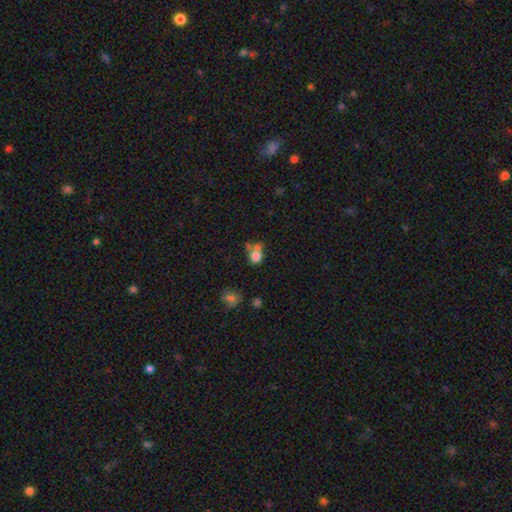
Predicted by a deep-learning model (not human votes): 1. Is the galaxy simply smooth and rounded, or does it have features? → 76% smooth, 13% star or artifact, 12% featured or disk.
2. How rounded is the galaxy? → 71% round, 28% in between, 1% cigar-shaped.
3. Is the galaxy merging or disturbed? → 43% merger, 40% none, 11% minor disturbance, 7% major disturbance.